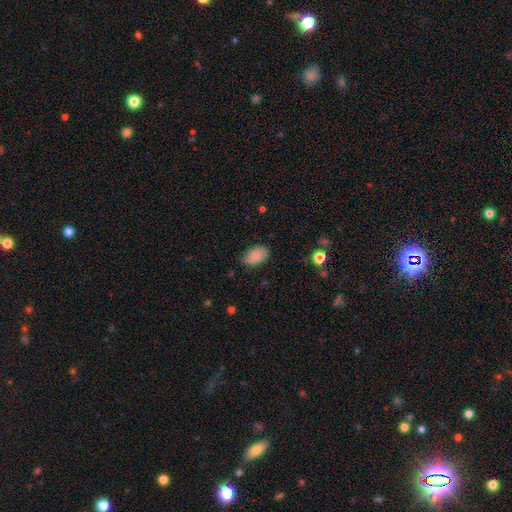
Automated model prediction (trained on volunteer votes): A smooth galaxy with no disk features (84%) that is in between round and cigar-shaped (91%).

Vote fractions:
- Smooth or featured? smooth: 84% / featured or disk: 9% / star or artifact: 7%
- How rounded? in between: 91% / round: 8% / cigar-shaped: 1%
- Merging? none: 74% / minor disturbance: 20% / major disturbance: 4% / merger: 1%